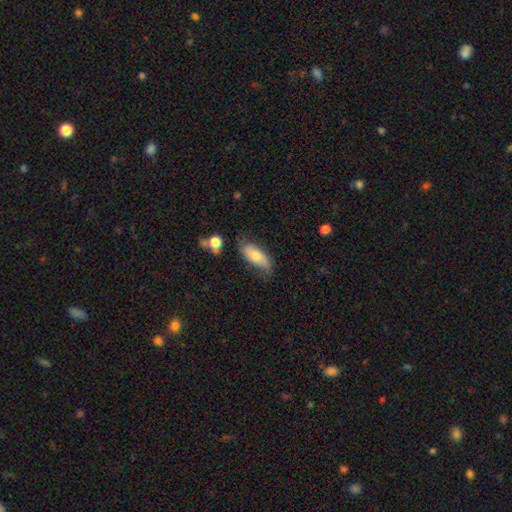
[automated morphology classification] Q: Smooth or featured?
A: smooth (63%); runner-up: featured or disk (30%)
Q: How rounded?
A: in between (83%); runner-up: cigar-shaped (14%)
Q: Merging?
A: none (66%); runner-up: minor disturbance (24%)